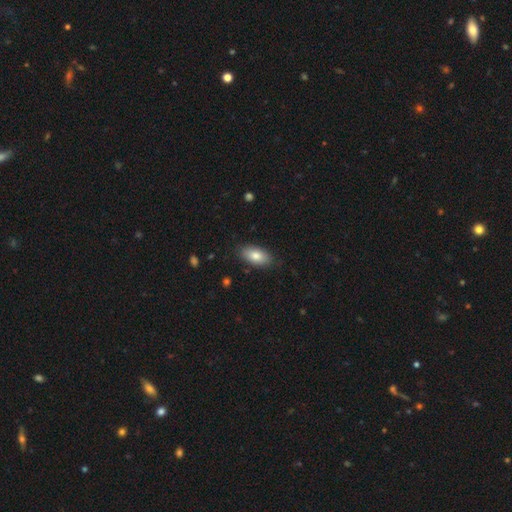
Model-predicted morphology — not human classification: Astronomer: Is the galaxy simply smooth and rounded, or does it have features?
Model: smooth — 82%.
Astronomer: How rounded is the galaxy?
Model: in between — 91%.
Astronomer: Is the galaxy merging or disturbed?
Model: none — 86%.